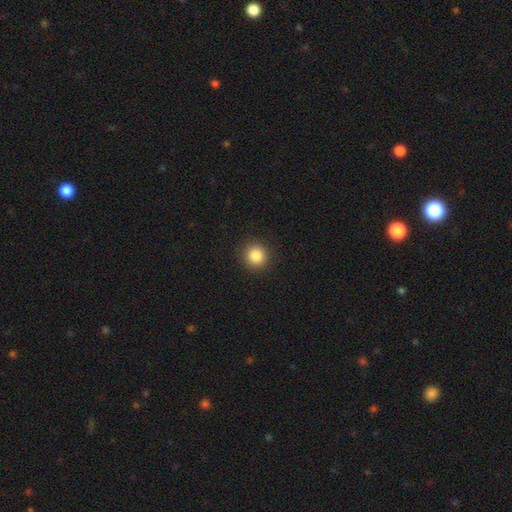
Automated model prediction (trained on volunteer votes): This is clearly a smooth galaxy (86%). How rounded: clearly round (93%). Merging: clearly none (91%).